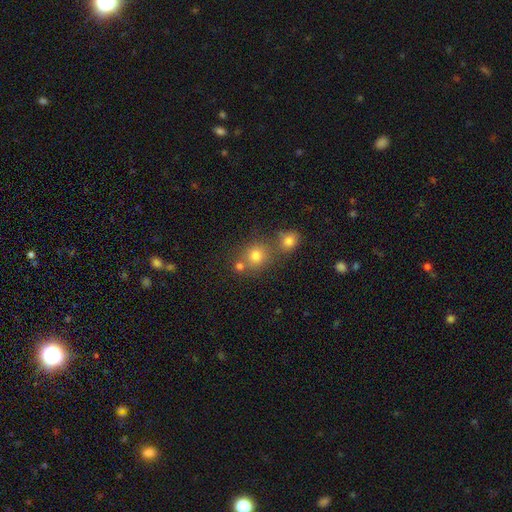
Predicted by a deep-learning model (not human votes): Morphology: type=smooth (77%); roundness=round (84%); merging=none (57%).